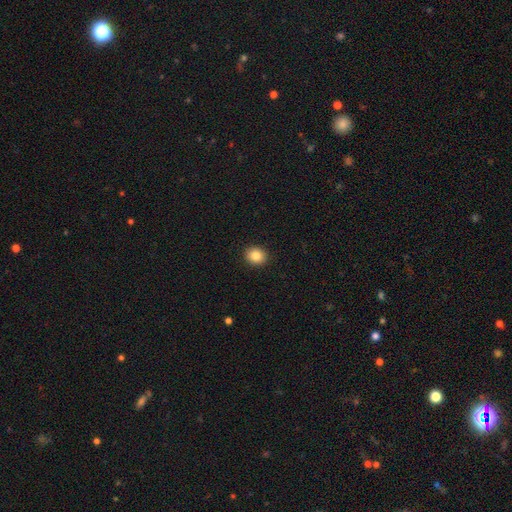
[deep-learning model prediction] A smooth galaxy with no disk features (86%) that is round (72%). Merging: none (92%).